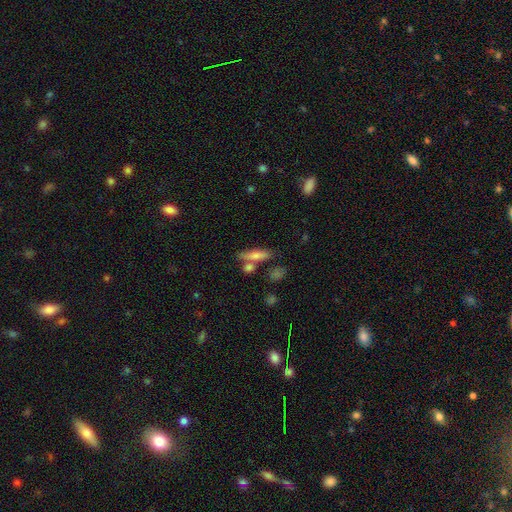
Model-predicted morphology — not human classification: smooth 68%, featured or disk 24%, star or artifact 8%. Down the decision tree: how rounded — cigar-shaped (64%); merging — none (63%).